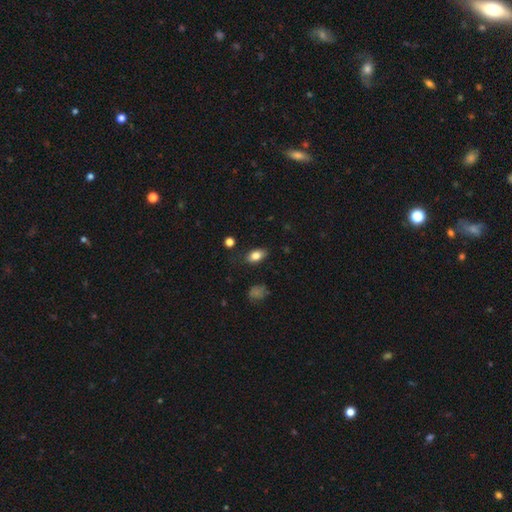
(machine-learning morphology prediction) smooth 81%, featured or disk 10%, star or artifact 9%. Down the decision tree: how rounded — in between (87%); merging — none (80%).